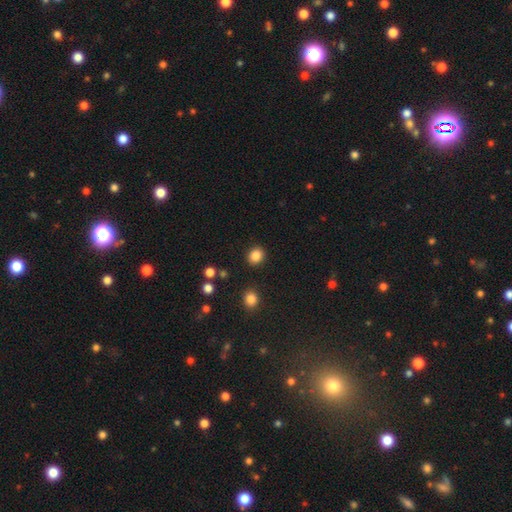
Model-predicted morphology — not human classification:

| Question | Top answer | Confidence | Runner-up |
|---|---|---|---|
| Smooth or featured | smooth | 86% | star or artifact (10%) |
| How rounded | round | 72% | in between (28%) |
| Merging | none | 89% | minor disturbance (6%) |